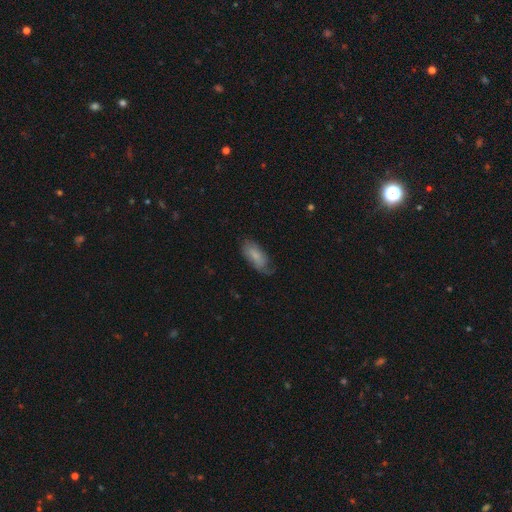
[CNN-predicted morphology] Smooth or featured?
  - smooth: 71% *
  - featured or disk: 23%
  - star or artifact: 7%
How rounded?
  - in between: 85% *
  - cigar-shaped: 13%
  - round: 2%
Merging?
  - none: 56% *
  - minor disturbance: 31%
  - major disturbance: 11%
  - merger: 2%